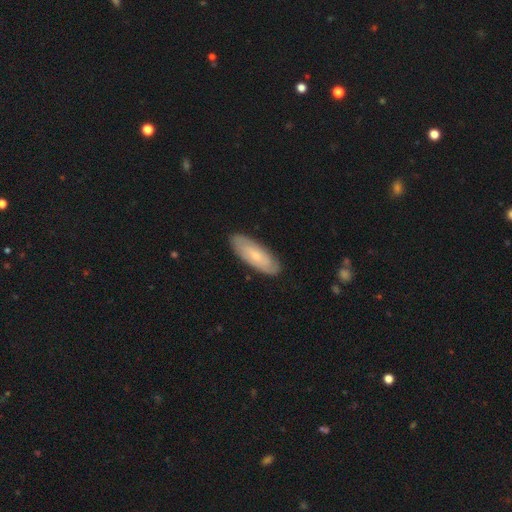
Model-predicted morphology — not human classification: A smooth galaxy with no disk features (52%) that is in between round and cigar-shaped (68%). Merging: none (85%).